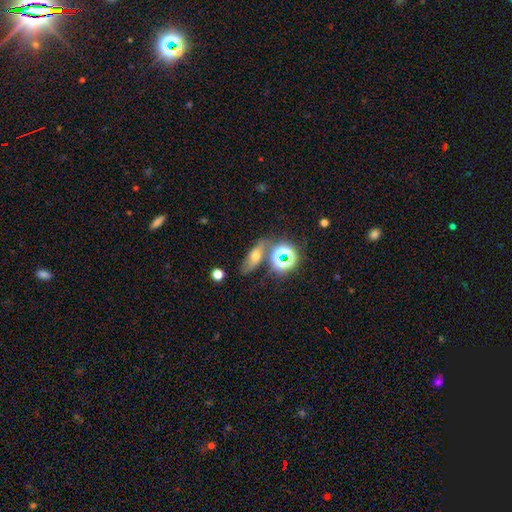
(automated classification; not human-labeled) Morphology: type=smooth (42%); merging=none (65%).